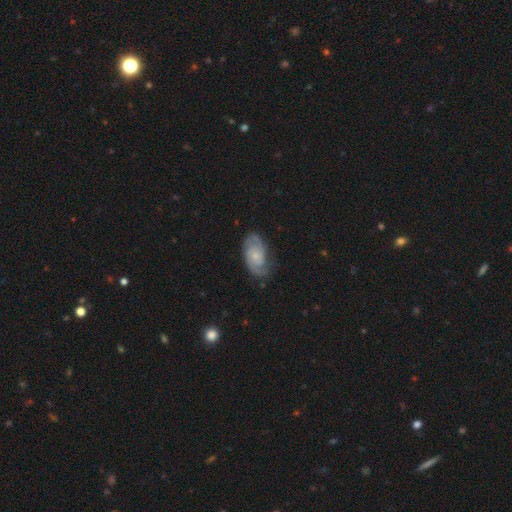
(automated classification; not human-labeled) Smooth or featured: featured or disk — 77% (smooth — 17%)
Edge-on disk: no — 96% (yes — 4%)
Bar: no — 68% (weak — 28%)
Spiral arms: yes — 95% (no — 5%)
Spiral winding: tight — 46% (medium — 41%)
Spiral arm count: 2 — 77% (can't tell — 11%)
Bulge size: small — 64% (moderate — 21%)
Merging: none — 73% (minor disturbance — 19%)